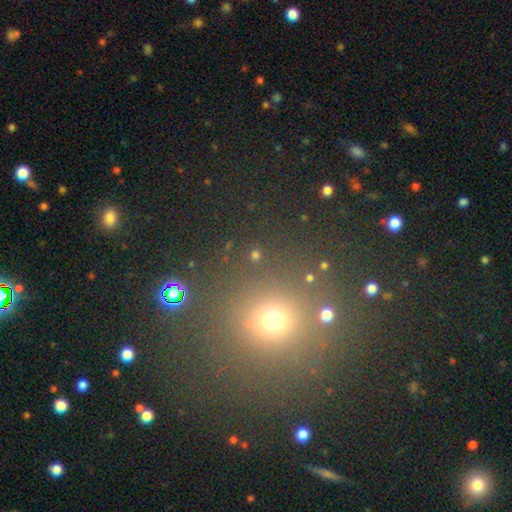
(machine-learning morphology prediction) Smooth or featured? smooth (52%)
How rounded? round (89%)
Merging? none (85%)